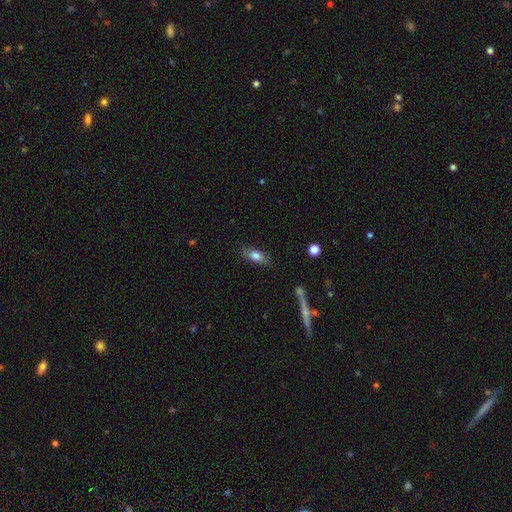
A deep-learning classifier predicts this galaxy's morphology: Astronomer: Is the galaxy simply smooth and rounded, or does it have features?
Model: smooth — 77%.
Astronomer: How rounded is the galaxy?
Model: in between — 76%.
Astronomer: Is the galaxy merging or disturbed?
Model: none — 80%.